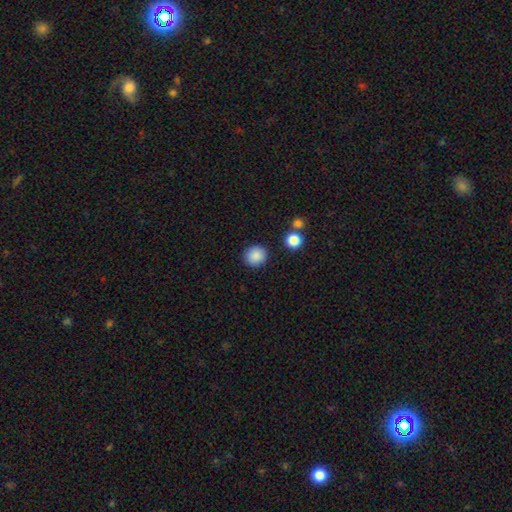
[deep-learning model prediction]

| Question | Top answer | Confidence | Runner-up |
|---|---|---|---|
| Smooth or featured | smooth | 88% | star or artifact (9%) |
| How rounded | round | 89% | in between (10%) |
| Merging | none | 89% | minor disturbance (7%) |